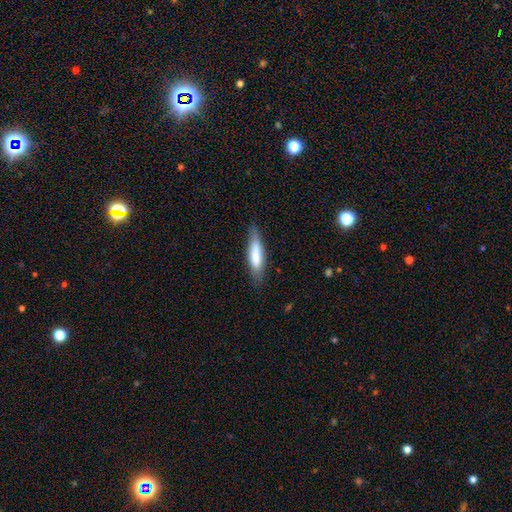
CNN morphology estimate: Q: Smooth or featured?
A: smooth (74%); runner-up: featured or disk (21%)
Q: How rounded?
A: cigar-shaped (70%); runner-up: in between (29%)
Q: Merging?
A: none (79%); runner-up: minor disturbance (17%)